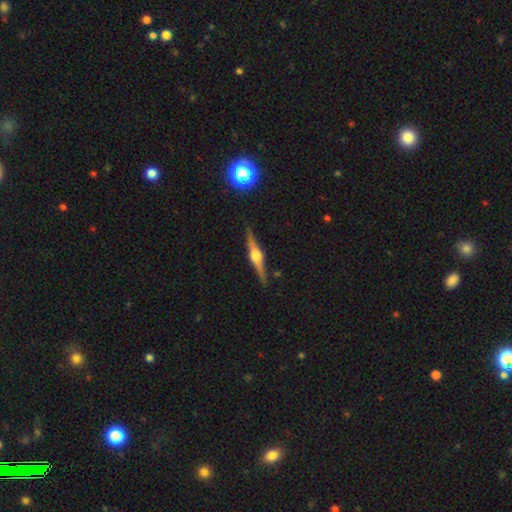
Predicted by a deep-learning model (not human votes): Morphology: type=featured or disk (82%); edge-on=yes (98%); edge-on bulge=rounded (92%); merging=none (89%).